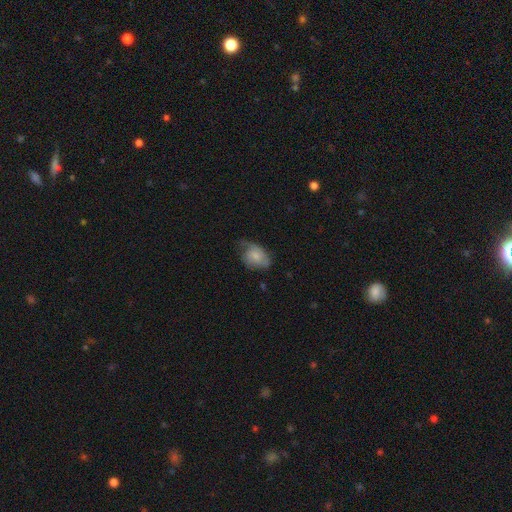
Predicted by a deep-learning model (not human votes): smooth 60%, featured or disk 33%, star or artifact 7%. Down the decision tree: how rounded — in between (76%); merging — minor disturbance (38%).